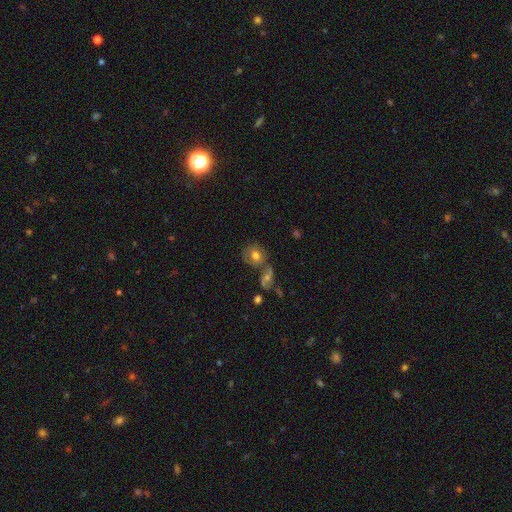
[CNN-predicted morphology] Smooth or featured: smooth — 63% (featured or disk — 27%)
How rounded: round — 68% (in between — 31%)
Merging: none — 43% (merger — 35%)